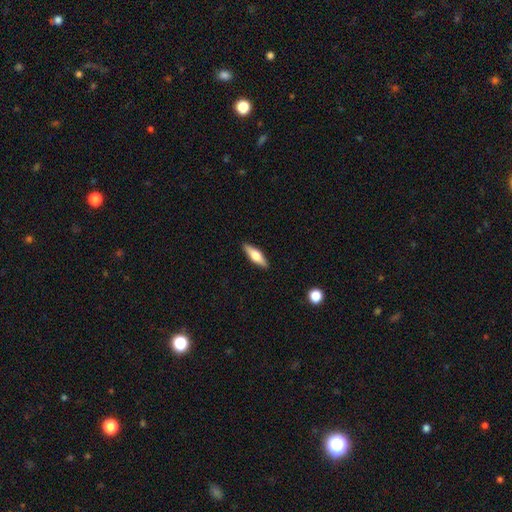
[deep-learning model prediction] This appears to be a smooth galaxy with no disk features (55%) that is cigar-shaped (53%). Merging: none (90%).